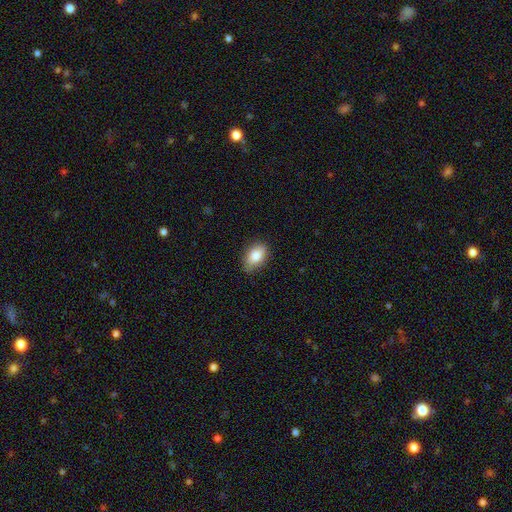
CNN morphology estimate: smooth 84%, featured or disk 8%, star or artifact 7%. Down the decision tree: how rounded — in between (89%); merging — none (79%).